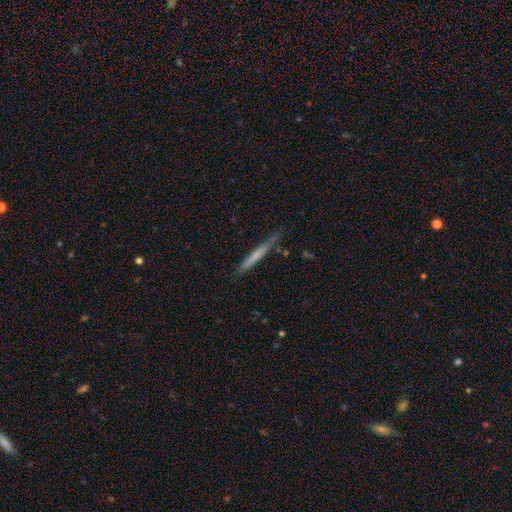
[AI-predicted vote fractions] A smooth galaxy with no disk features (60%) that is cigar-shaped (96%). Merging: none (79%).